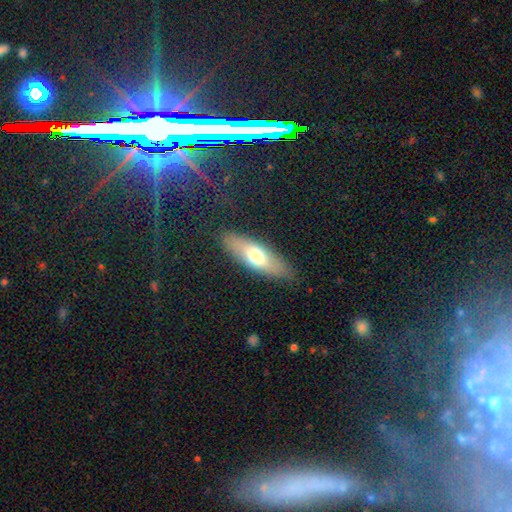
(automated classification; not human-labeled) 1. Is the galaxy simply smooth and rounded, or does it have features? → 64% smooth, 30% featured or disk, 7% star or artifact.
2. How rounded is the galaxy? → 57% in between, 40% cigar-shaped, 3% round.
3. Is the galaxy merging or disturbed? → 85% none, 11% minor disturbance, 3% major disturbance, 1% merger.